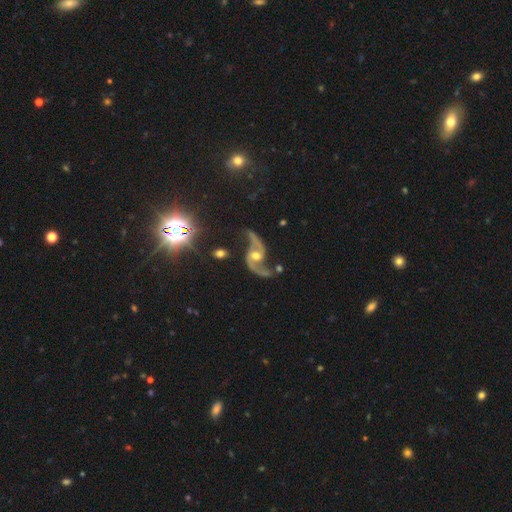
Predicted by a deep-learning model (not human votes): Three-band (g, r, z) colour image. It shows a featured or disk galaxy (91%) with no bar (55%), 2 (94%) loose (77%) spiral arms (97%) and a moderate central bulge (70%). Merging: none (66%).